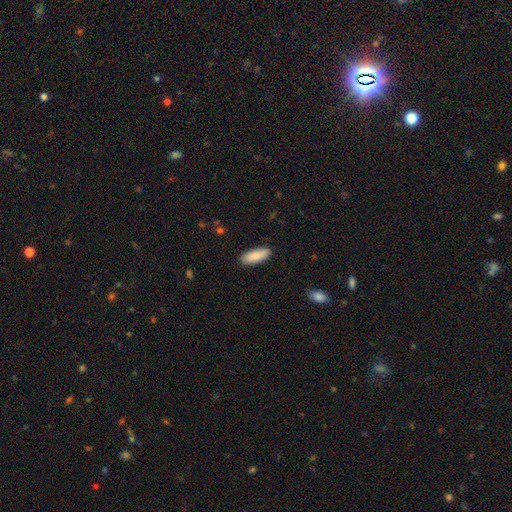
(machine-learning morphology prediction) smooth_or_featured: smooth (p=0.87) [alt: featured or disk p=0.07]
how_rounded: in between (p=0.78) [alt: cigar-shaped p=0.20]
merging: none (p=0.88) [alt: minor disturbance p=0.09]